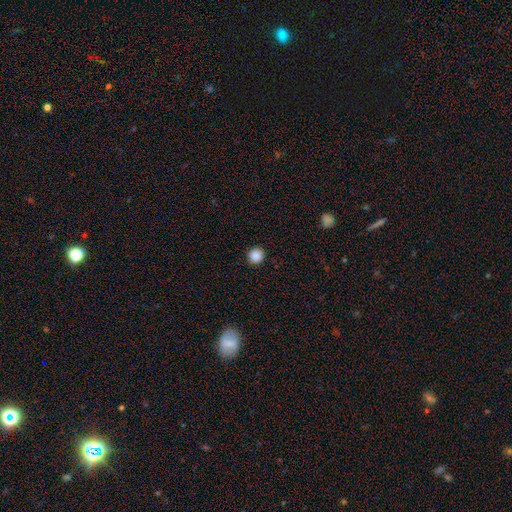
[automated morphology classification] This is clearly a smooth galaxy (88%). How rounded: clearly round (93%). Merging: clearly none (91%).